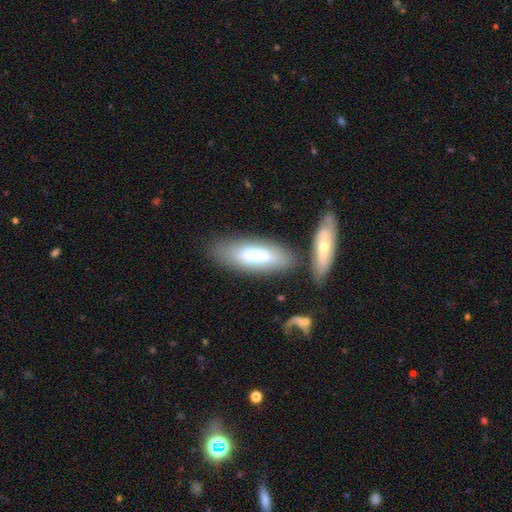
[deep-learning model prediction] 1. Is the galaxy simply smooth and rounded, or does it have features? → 63% smooth, 31% featured or disk, 7% star or artifact.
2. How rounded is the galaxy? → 64% in between, 33% cigar-shaped, 2% round.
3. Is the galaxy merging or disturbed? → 66% none, 15% minor disturbance, 14% merger, 6% major disturbance.